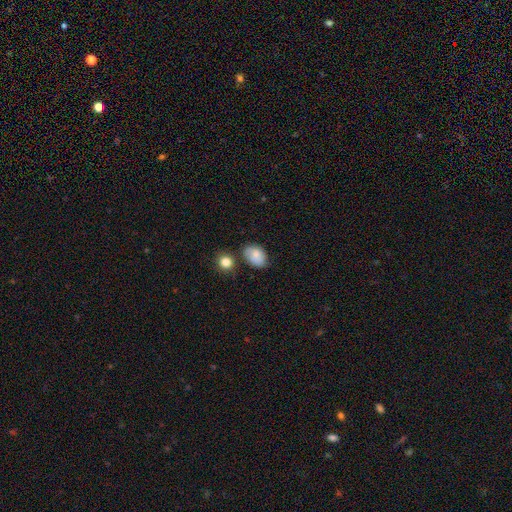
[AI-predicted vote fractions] This appears to be a smooth galaxy with no disk features (84%) that is in between round and cigar-shaped (83%). Merging: none (65%).